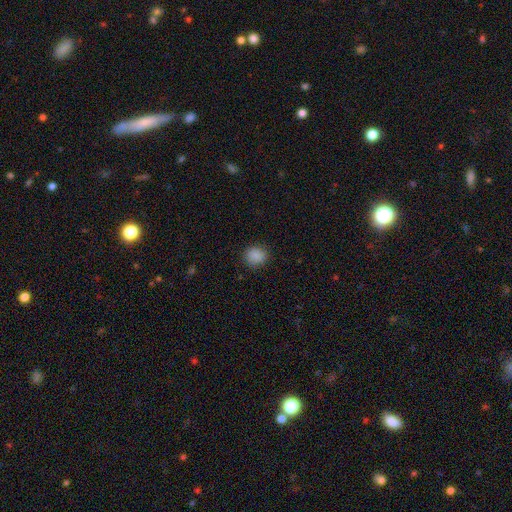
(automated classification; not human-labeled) Smooth or featured? Predicted: smooth (p=0.88). How rounded? Predicted: round (p=0.79). Merging? Predicted: none (p=0.86).